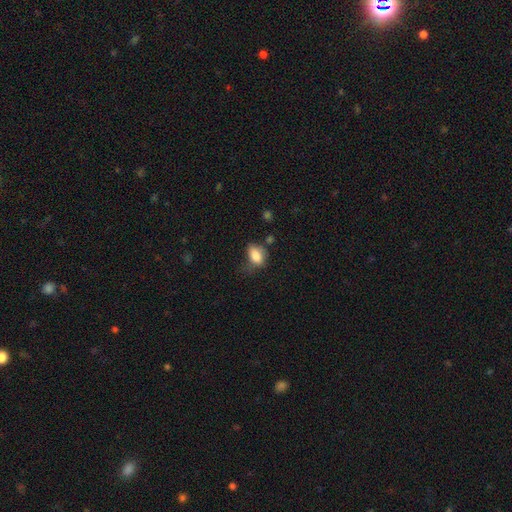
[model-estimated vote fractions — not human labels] This is clearly a smooth galaxy (81%). How rounded: clearly in between (82%). Merging: marginally none (44%).